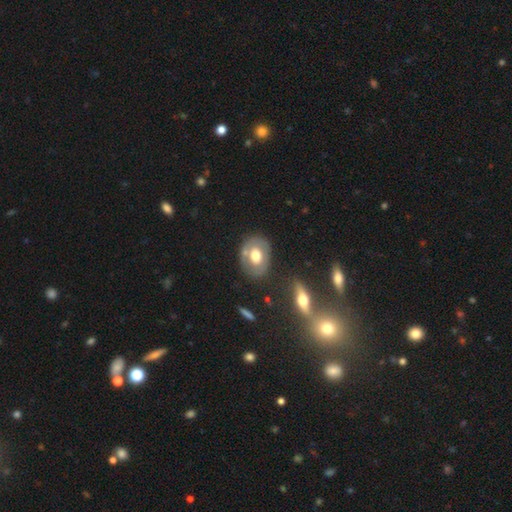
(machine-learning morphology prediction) smooth-or-featured: smooth: 50% | featured or disk: 42% | star or artifact: 7%
  how-rounded: in between: 65% | round: 33% | cigar-shaped: 1%
  merging: none: 74% | minor disturbance: 15% | merger: 6% | major disturbance: 5%